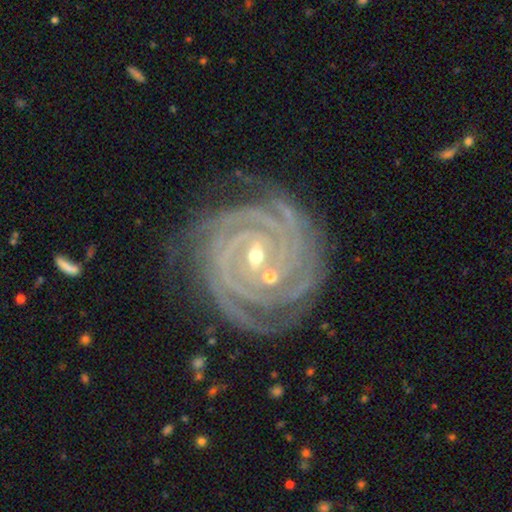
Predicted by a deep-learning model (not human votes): smooth_or_featured: featured or disk (p=0.92) [alt: star or artifact p=0.05]
disk_edge_on: no (p=0.97) [alt: yes p=0.03]
bar: weak (p=0.37) [alt: no p=0.36]
has_spiral_arms: yes (p=0.99) [alt: no p=0.01]
spiral_winding: tight (p=0.89) [alt: medium p=0.10]
spiral_arm_count: 4 (p=0.31) [alt: 3 p=0.22]
bulge_size: small (p=0.65) [alt: moderate p=0.32]
merging: none (p=0.76) [alt: minor disturbance p=0.15]